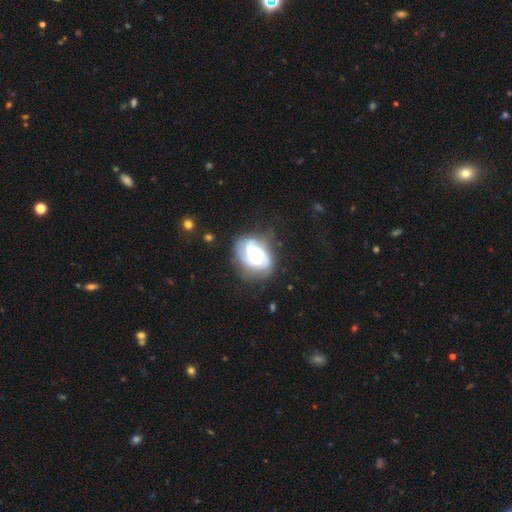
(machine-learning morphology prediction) Smooth or featured?
  - featured or disk: 85% *
  - smooth: 10%
  - star or artifact: 5%
Edge-on disk?
  - no: 98% *
  - yes: 2%
Bar?
  - no: 62% *
  - weak: 30%
  - strong: 7%
Spiral arms?
  - yes: 97% *
  - no: 3%
Spiral winding?
  - tight: 55% *
  - medium: 37%
  - loose: 9%
Spiral arm count?
  - 3: 42% *
  - 2: 30%
  - can't tell: 14%
  - 4: 6%
  - 1: 4%
  - more than 4: 4%
Bulge size?
  - moderate: 63% *
  - small: 22%
  - large: 12%
  - none: 2%
  - dominant: 1%
Merging?
  - none: 70% *
  - minor disturbance: 19%
  - major disturbance: 9%
  - merger: 2%